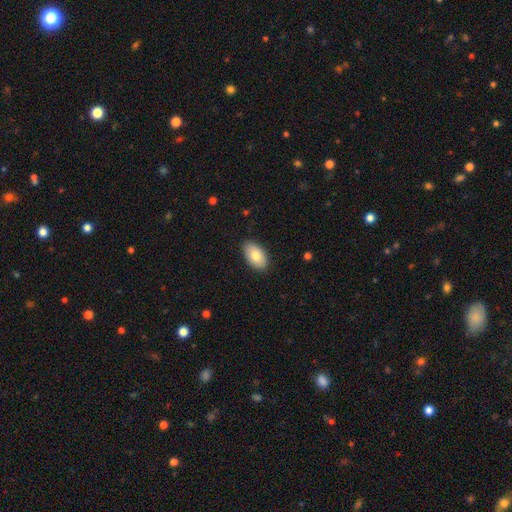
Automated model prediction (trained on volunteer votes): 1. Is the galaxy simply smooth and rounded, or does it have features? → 79% smooth, 14% featured or disk, 7% star or artifact.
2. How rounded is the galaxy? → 94% in between, 5% round, 2% cigar-shaped.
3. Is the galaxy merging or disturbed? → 87% none, 10% minor disturbance, 2% major disturbance, 1% merger.